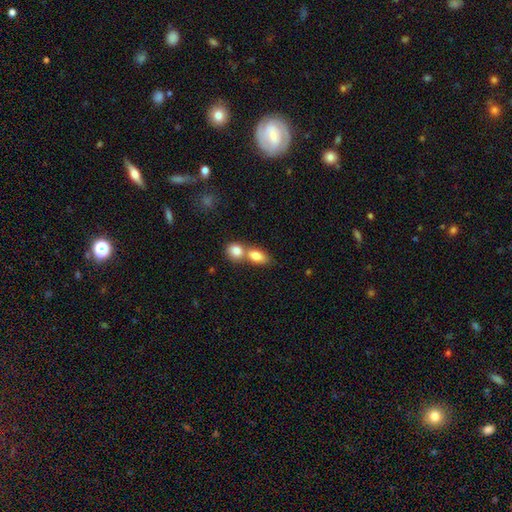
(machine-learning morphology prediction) The model was most divided on "merging": merger: 61%, none: 29%, minor disturbance: 7%, major disturbance: 3%. More confident: smooth or featured — smooth (81%); how rounded — in between (78%).